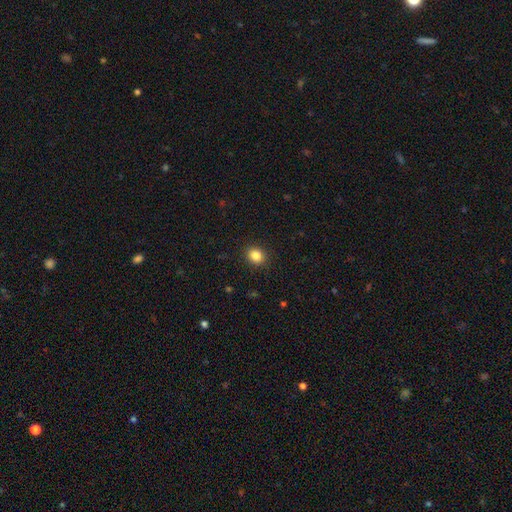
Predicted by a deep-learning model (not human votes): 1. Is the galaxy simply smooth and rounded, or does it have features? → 85% smooth, 11% star or artifact, 5% featured or disk.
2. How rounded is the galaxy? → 66% round, 33% in between, 1% cigar-shaped.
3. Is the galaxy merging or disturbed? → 90% none, 7% minor disturbance, 2% major disturbance, 1% merger.